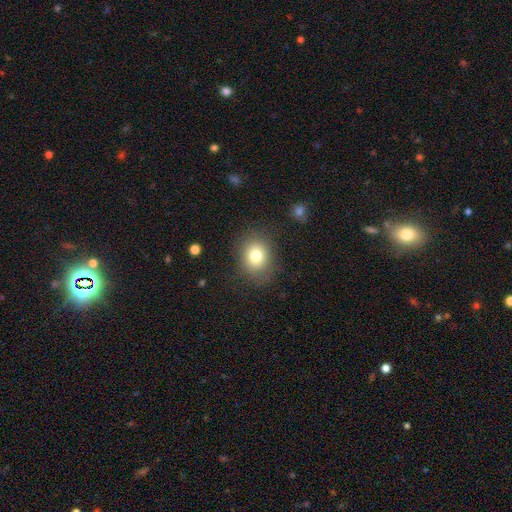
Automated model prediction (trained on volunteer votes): A smooth galaxy with no disk features (78%) that is round (58%). Merging: none (81%).